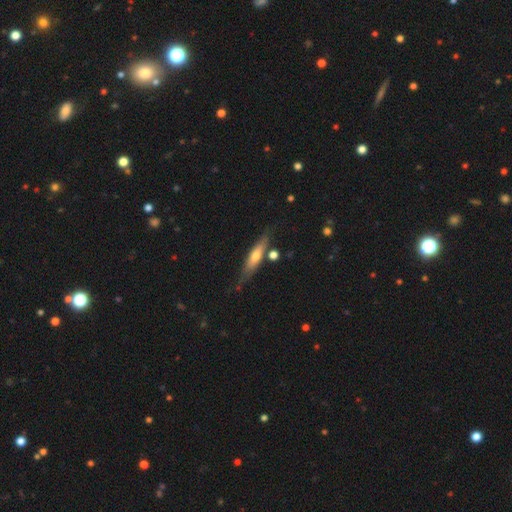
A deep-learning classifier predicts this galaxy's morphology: smooth-or-featured: smooth: 51% | featured or disk: 43% | star or artifact: 6%
  how-rounded: cigar-shaped: 76% | in between: 22% | round: 2%
  merging: none: 71% | minor disturbance: 17% | merger: 7% | major disturbance: 5%